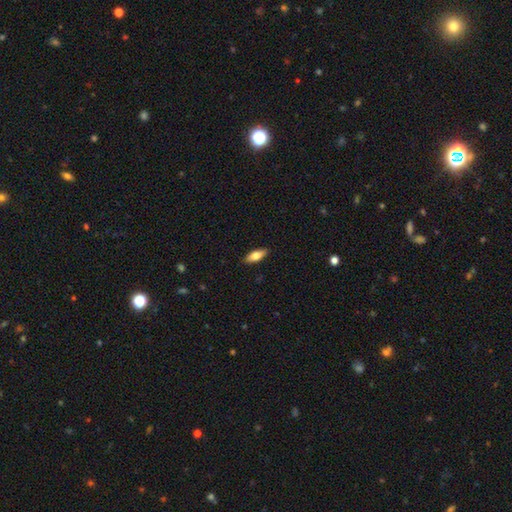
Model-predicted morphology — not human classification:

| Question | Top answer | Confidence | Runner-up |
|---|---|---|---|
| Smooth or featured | smooth | 76% | featured or disk (18%) |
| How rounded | in between | 75% | cigar-shaped (23%) |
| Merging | none | 89% | minor disturbance (8%) |